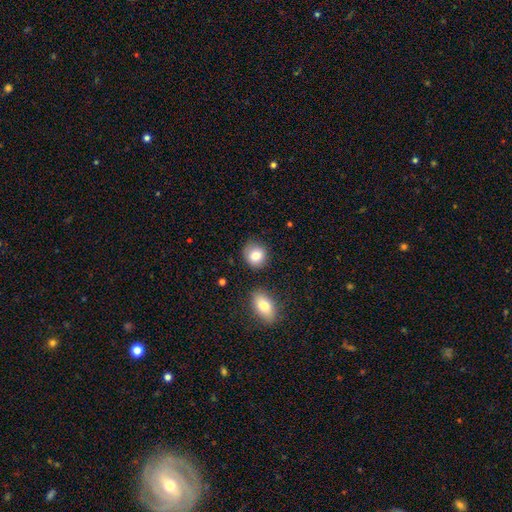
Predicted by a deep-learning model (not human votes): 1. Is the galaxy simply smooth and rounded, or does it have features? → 82% smooth, 9% featured or disk, 8% star or artifact.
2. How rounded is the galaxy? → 78% round, 21% in between, 1% cigar-shaped.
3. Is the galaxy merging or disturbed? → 82% none, 11% minor disturbance, 4% merger, 3% major disturbance.